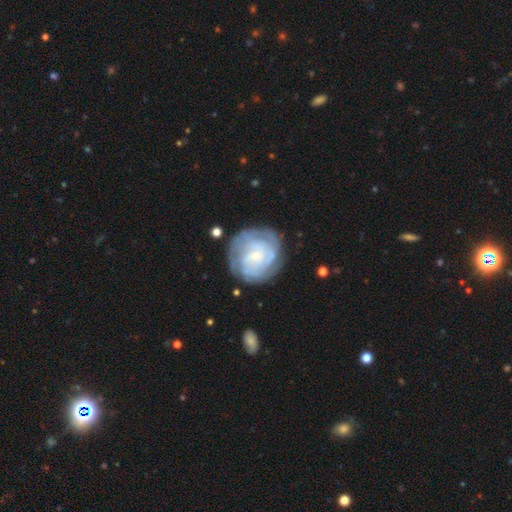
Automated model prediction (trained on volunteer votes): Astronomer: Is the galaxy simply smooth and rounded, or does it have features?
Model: featured or disk — 74%.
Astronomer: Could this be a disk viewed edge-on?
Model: no — 98%.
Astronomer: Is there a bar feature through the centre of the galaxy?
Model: no — 76%.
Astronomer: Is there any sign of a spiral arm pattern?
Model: yes — 85%.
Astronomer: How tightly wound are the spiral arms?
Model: tight — 71%.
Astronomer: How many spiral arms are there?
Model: can't tell — 47%.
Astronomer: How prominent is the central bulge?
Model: small — 82%.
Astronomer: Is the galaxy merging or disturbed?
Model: none — 75%.